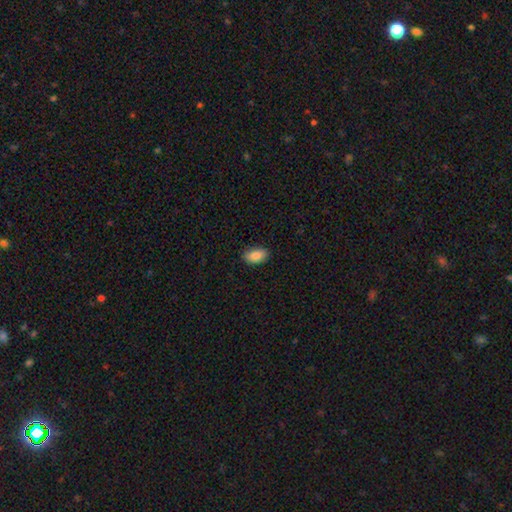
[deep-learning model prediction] Morphology: type=smooth (89%); roundness=in between (93%); merging=none (85%).